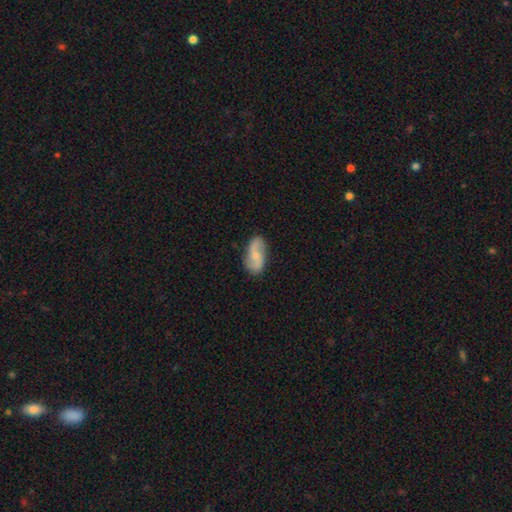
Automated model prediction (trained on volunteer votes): Overall: featured or disk (60%; smooth 34%). Edge-on disk: no (95%). Bar: no (54%; weak 37%). Spiral arms: yes (90%). Spiral arm count: 2 (90%). Spiral winding: loose (59%; medium 29%). Bulge size: small (54%; moderate 36%). Merging: none (81%).